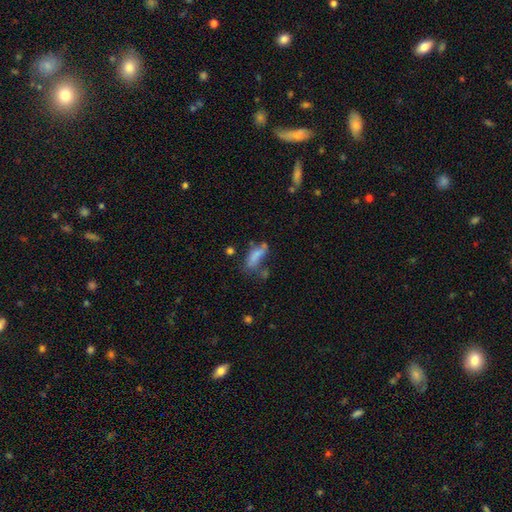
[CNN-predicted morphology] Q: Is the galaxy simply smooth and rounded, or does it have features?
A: smooth — 71%.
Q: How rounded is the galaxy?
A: in between — 60%.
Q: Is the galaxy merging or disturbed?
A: none — 37%.